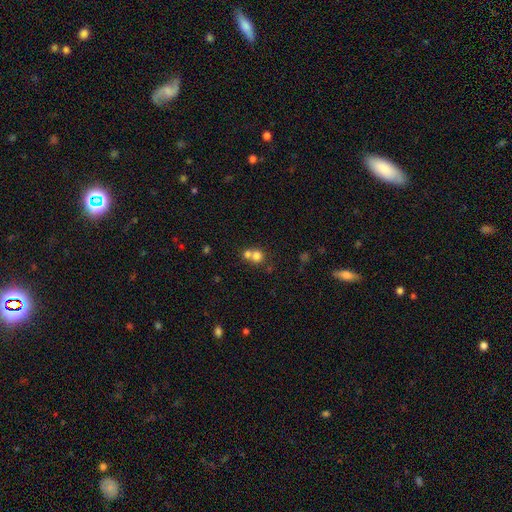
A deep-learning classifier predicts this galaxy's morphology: Smooth or featured? Predicted: smooth (p=0.74). How rounded? Predicted: round (p=0.82). Merging? Predicted: merger (p=0.56).